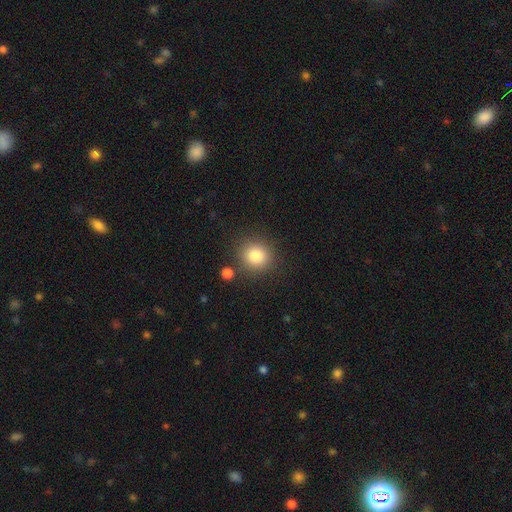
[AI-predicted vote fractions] A smooth galaxy with no disk features (83%) that is round (87%).

Vote fractions:
- Smooth or featured? smooth: 83% / star or artifact: 11% / featured or disk: 7%
- How rounded? round: 87% / in between: 12% / cigar-shaped: 1%
- Merging? none: 83% / minor disturbance: 8% / merger: 6% / major disturbance: 3%